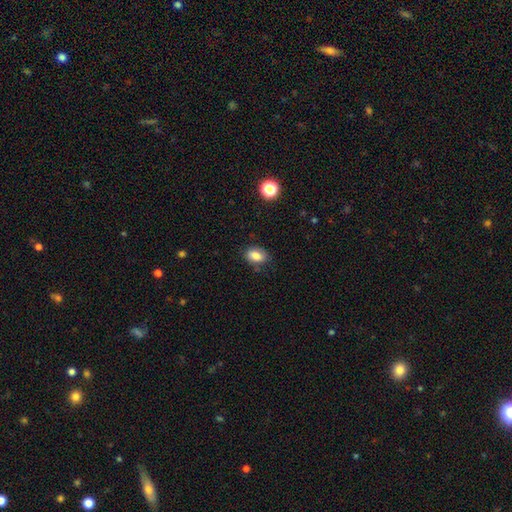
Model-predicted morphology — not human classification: smooth 83%, star or artifact 9%, featured or disk 7%. Down the decision tree: how rounded — in between (81%); merging — none (76%).